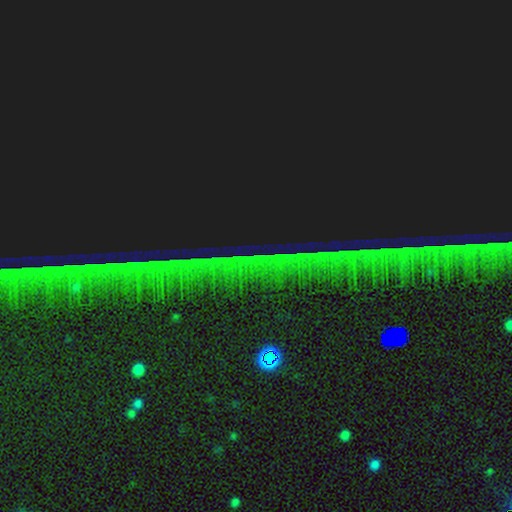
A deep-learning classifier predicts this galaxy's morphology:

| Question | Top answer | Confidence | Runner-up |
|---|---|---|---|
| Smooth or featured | star or artifact | 85% | featured or disk (7%) |